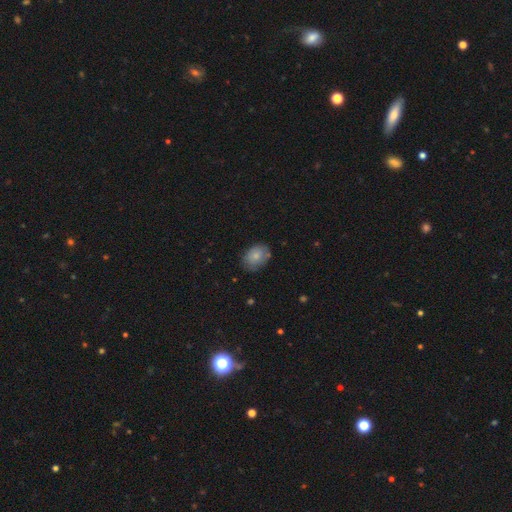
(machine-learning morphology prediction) Smooth or featured? smooth (77%)
How rounded? in between (75%)
Merging? none (72%)